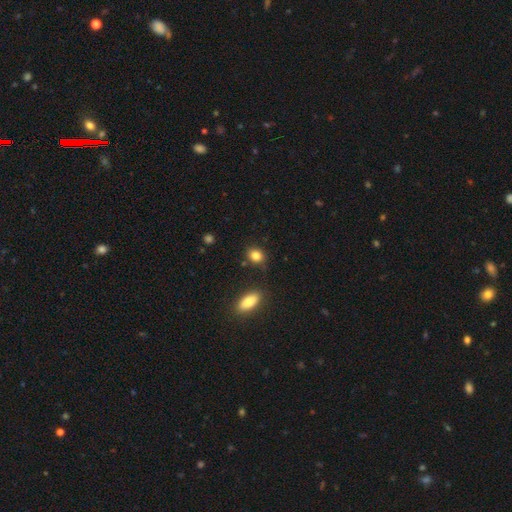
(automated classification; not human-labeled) Smooth or featured? smooth (85%)
How rounded? round (54%)
Merging? none (80%)